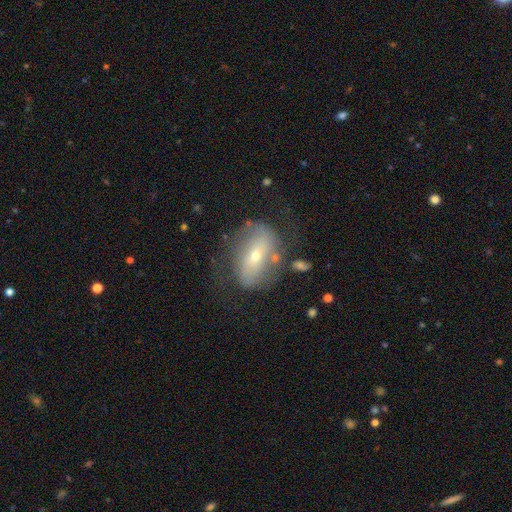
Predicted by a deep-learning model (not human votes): smooth-or-featured: featured or disk: 69% | smooth: 22% | star or artifact: 9%
  disk-edge-on: no: 93% | yes: 7%
    bar: no: 38% | strong: 35% | weak: 27%
    has-spiral-arms: yes: 75% | no: 25%
    bulge-size: small: 65% | moderate: 31% | large: 2% | dominant: 1% | none: 1%
  merging: none: 62% | minor disturbance: 19% | major disturbance: 16% | merger: 4%